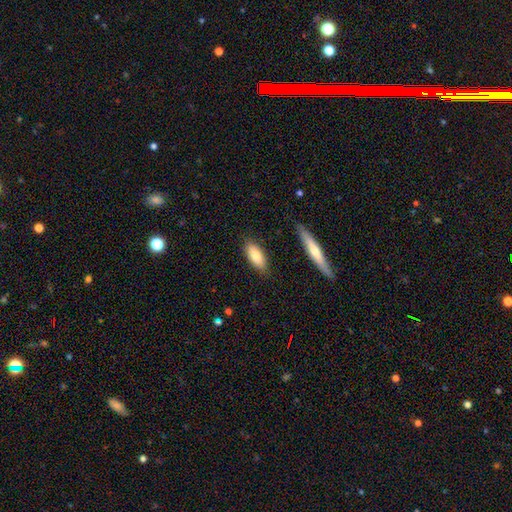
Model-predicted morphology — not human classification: This appears to be a smooth galaxy with no disk features (79%) that is in between round and cigar-shaped (79%). Merging: none (83%).